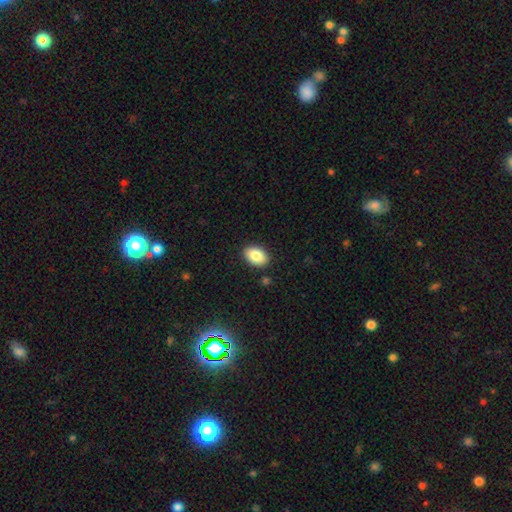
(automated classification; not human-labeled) smooth_or_featured: smooth (p=0.86) [alt: star or artifact p=0.07]
how_rounded: in between (p=0.88) [alt: round p=0.11]
merging: none (p=0.89) [alt: minor disturbance p=0.08]